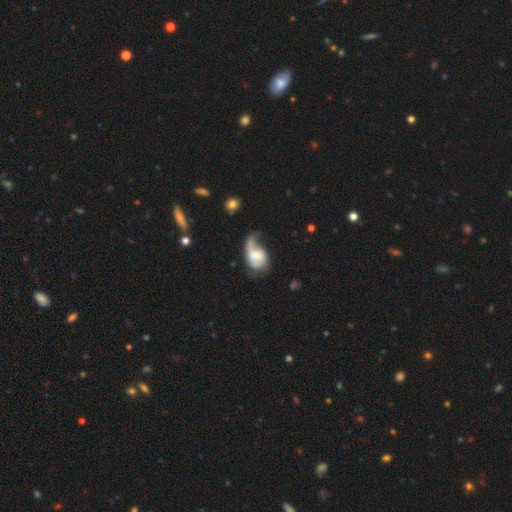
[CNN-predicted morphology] Smooth or featured? Predicted: featured or disk (p=0.53). Edge-on disk? Predicted: no (p=0.96). Bar? Predicted: no (p=0.53). Spiral arms? Predicted: yes (p=0.75). Bulge size? Predicted: moderate (p=0.36). Merging? Predicted: major disturbance (p=0.47).